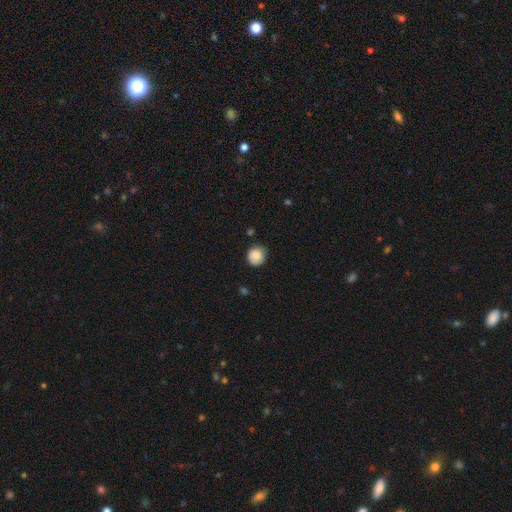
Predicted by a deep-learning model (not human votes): Q: Smooth or featured?
A: smooth (86%); runner-up: star or artifact (8%)
Q: How rounded?
A: round (88%); runner-up: in between (11%)
Q: Merging?
A: none (79%); runner-up: minor disturbance (16%)